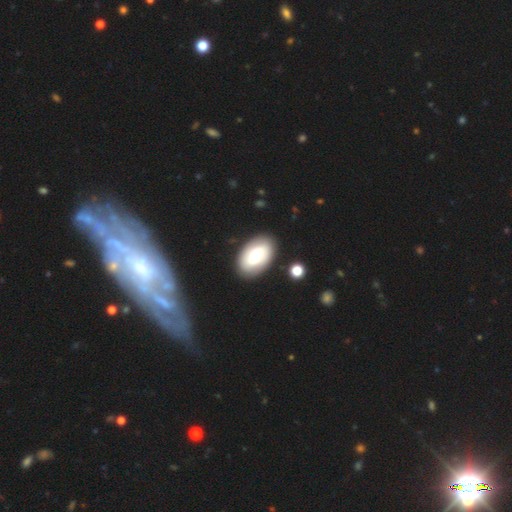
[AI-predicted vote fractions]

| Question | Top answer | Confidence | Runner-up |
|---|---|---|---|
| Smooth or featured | smooth | 49% | featured or disk (44%) |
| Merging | none | 86% | minor disturbance (9%) |